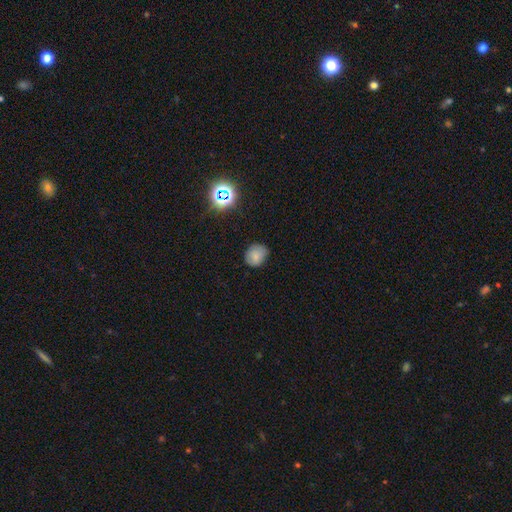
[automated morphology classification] A smooth galaxy with no disk features (78%) that is round (65%).

Vote fractions:
- Smooth or featured? smooth: 78% / star or artifact: 13% / featured or disk: 8%
- How rounded? round: 65% / in between: 35% / cigar-shaped: 1%
- Merging? none: 76% / minor disturbance: 19% / major disturbance: 4% / merger: 1%